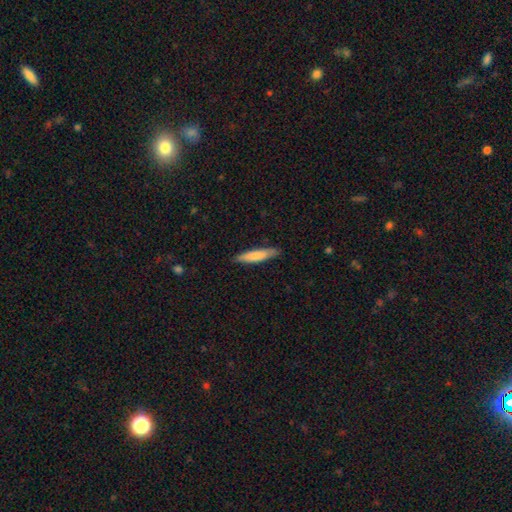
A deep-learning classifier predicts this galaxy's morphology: A smooth galaxy with no disk features (79%) that is cigar-shaped (85%).

Vote fractions:
- Smooth or featured? smooth: 79% / featured or disk: 16% / star or artifact: 5%
- How rounded? cigar-shaped: 85% / in between: 13% / round: 1%
- Merging? none: 87% / minor disturbance: 10% / major disturbance: 2% / merger: 1%